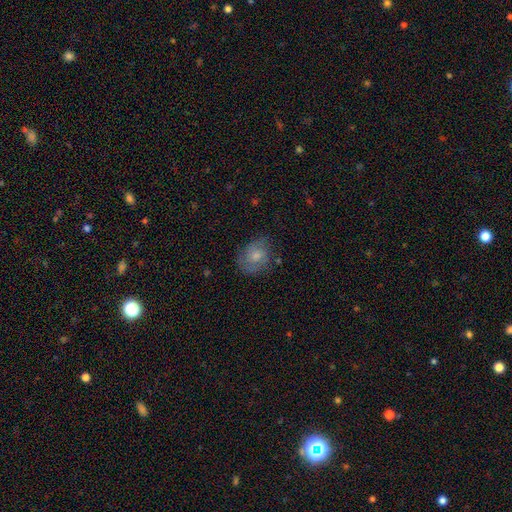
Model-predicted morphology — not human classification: type=smooth (57%); roundness=round (58%); merging=none (66%).